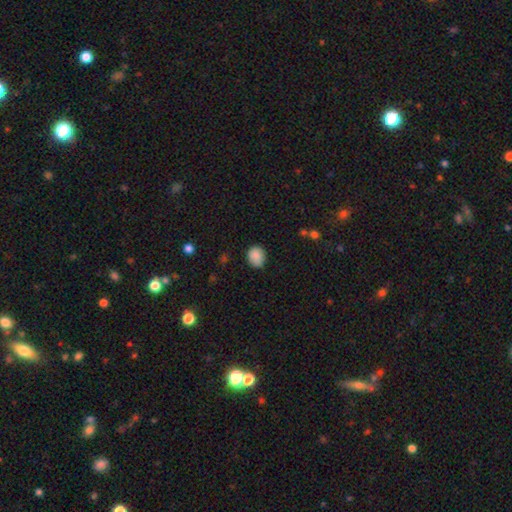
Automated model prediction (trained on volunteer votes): Smooth or featured? smooth (87%)
How rounded? round (62%)
Merging? none (76%)